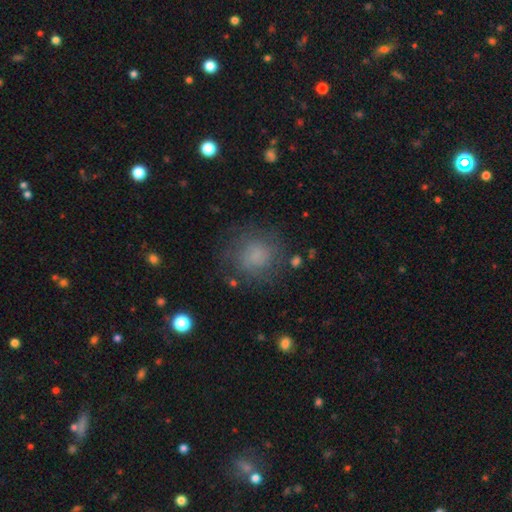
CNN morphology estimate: This appears to be a smooth galaxy with no disk features (70%) that is round (84%). Merging: none (73%).